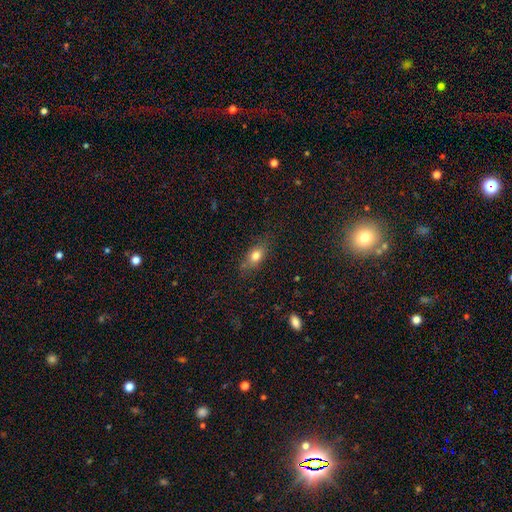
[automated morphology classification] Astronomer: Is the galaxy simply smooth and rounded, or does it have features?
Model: smooth — 77%.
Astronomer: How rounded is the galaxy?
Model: in between — 74%.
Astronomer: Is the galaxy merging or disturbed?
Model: none — 74%.